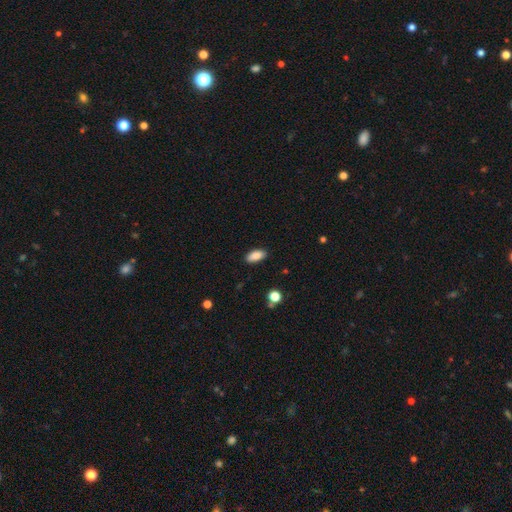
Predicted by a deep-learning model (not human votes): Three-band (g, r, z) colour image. It shows a smooth galaxy with no disk features (88%) that is in between round and cigar-shaped (89%). Merging: none (87%).